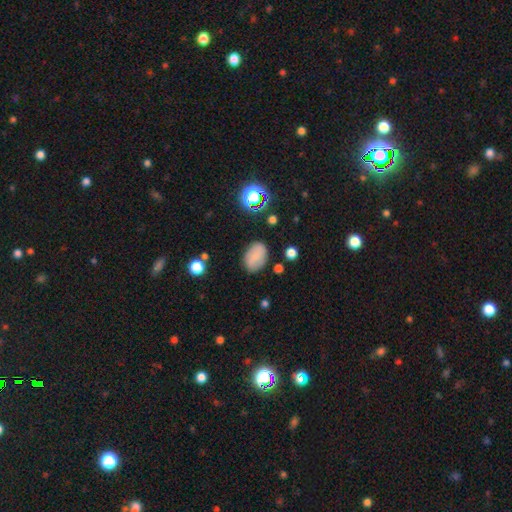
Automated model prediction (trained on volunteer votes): Q: Smooth or featured?
A: smooth (75%); runner-up: featured or disk (14%)
Q: How rounded?
A: in between (80%); runner-up: round (18%)
Q: Merging?
A: none (80%); runner-up: minor disturbance (14%)